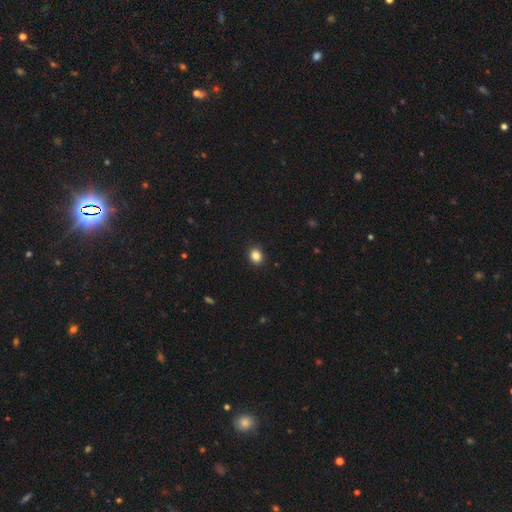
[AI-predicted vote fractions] A smooth galaxy with no disk features (86%) that is round (62%). Merging: none (91%).